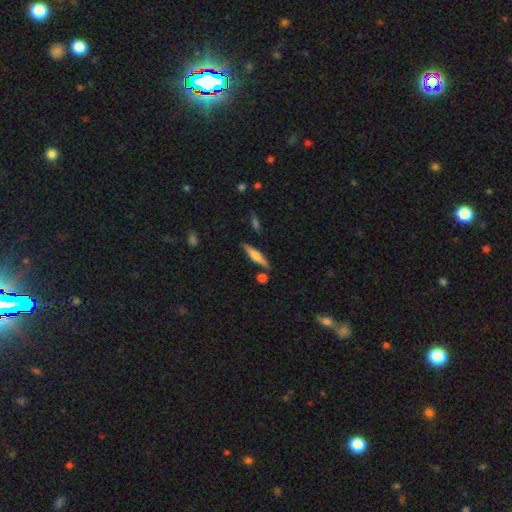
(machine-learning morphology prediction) A featured or disk galaxy (55%) viewed edge-on (96%) with a rounded central bulge (76%). Merging: none (83%).